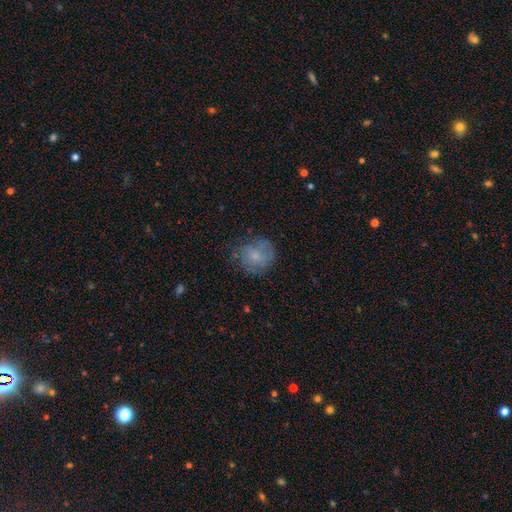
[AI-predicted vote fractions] smooth-or-featured: smooth: 66% | featured or disk: 25% | star or artifact: 9%
  how-rounded: round: 78% | in between: 21% | cigar-shaped: 1%
  merging: none: 63% | minor disturbance: 24% | major disturbance: 11% | merger: 2%